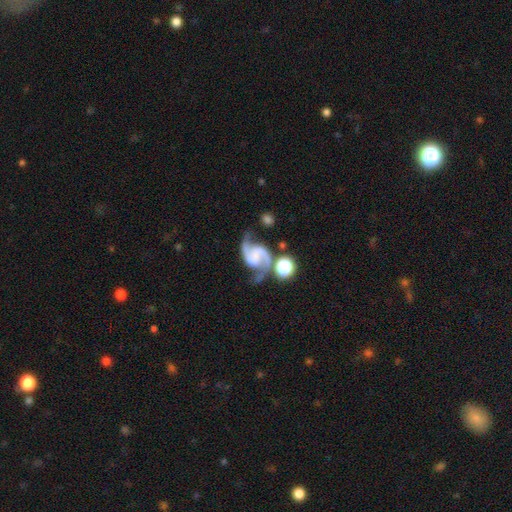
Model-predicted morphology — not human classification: Smooth or featured? Predicted: featured or disk (p=0.90). Edge-on disk? Predicted: no (p=0.98). Bar? Predicted: no (p=0.42). Spiral arms? Predicted: yes (p=0.98). Spiral winding? Predicted: medium (p=0.48). Spiral arm count? Predicted: 2 (p=0.94). Bulge size? Predicted: none (p=0.55). Merging? Predicted: none (p=0.63).